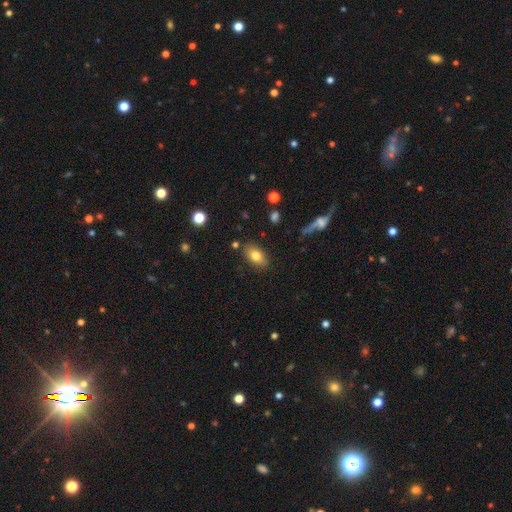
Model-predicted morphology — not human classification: type=smooth (78%); roundness=in between (87%); merging=none (83%).